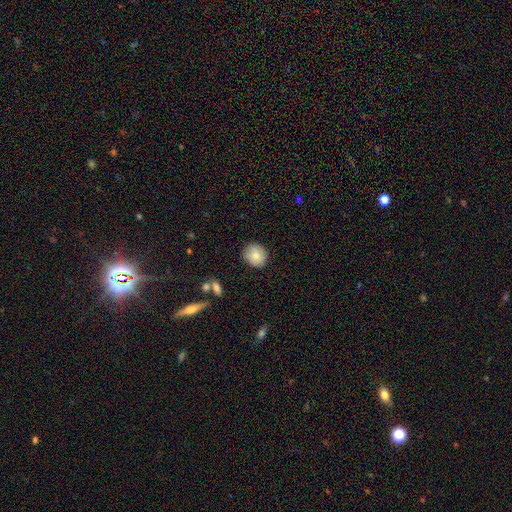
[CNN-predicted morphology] smooth 79%, featured or disk 13%, star or artifact 8%. Down the decision tree: how rounded — round (80%); merging — none (82%).